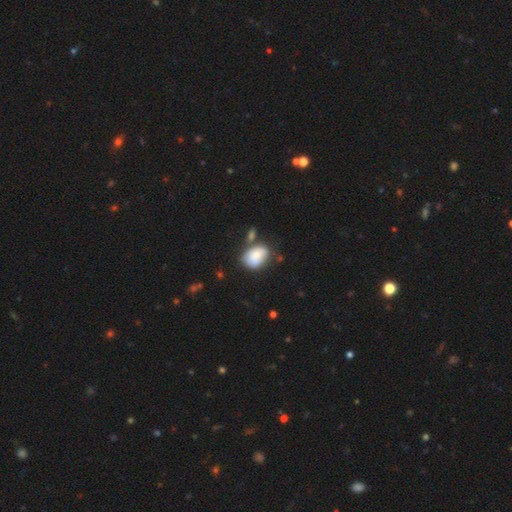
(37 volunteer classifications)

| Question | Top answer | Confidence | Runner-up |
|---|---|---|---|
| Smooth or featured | smooth | 78% | featured or disk (16%) |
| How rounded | in between | 83% | round (17%) |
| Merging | none | 49% | minor disturbance (29%) |